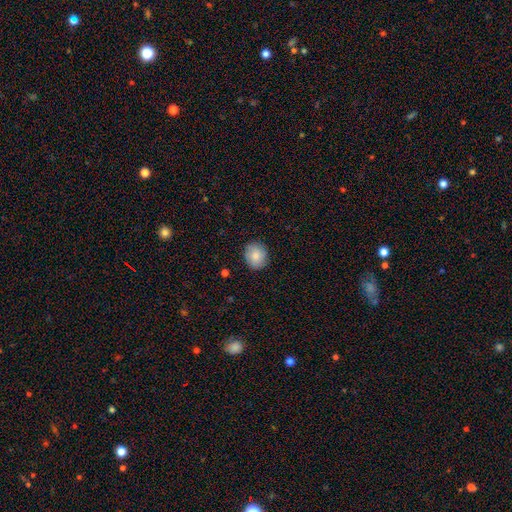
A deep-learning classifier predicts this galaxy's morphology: smooth_or_featured: smooth (p=0.85) [alt: featured or disk p=0.08]
how_rounded: round (p=0.73) [alt: in between p=0.26]
merging: none (p=0.88) [alt: minor disturbance p=0.09]